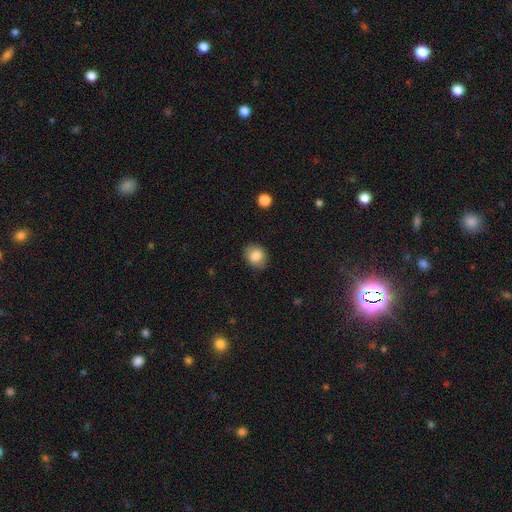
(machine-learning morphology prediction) This is clearly a smooth galaxy (83%). How rounded: possibly round (52%). Merging: clearly none (83%).